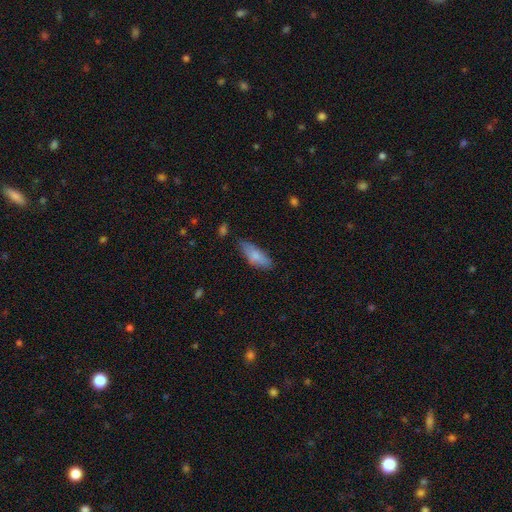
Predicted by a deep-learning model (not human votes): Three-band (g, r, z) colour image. It shows a smooth galaxy with no disk features (78%) that is in between round and cigar-shaped (67%). Merging: none (67%).